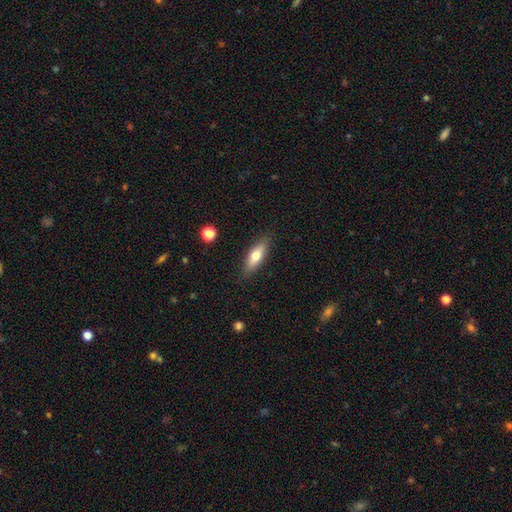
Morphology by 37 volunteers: Overall: smooth (68%; featured or disk 30%). How rounded: cigar-shaped (64%; in between 28%). Merging: none (81%).